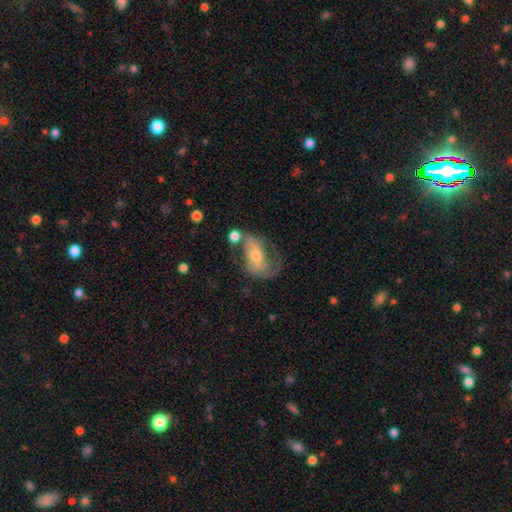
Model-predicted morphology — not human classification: Smooth or featured: featured or disk — 73% (smooth — 20%)
Edge-on disk: no — 95% (yes — 5%)
Bar: no — 39% (weak — 38%)
Spiral arms: yes — 86% (no — 14%)
Spiral winding: medium — 42% (loose — 39%)
Spiral arm count: 2 — 67% (1 — 20%)
Bulge size: moderate — 60% (small — 31%)
Merging: none — 42% (major disturbance — 26%)